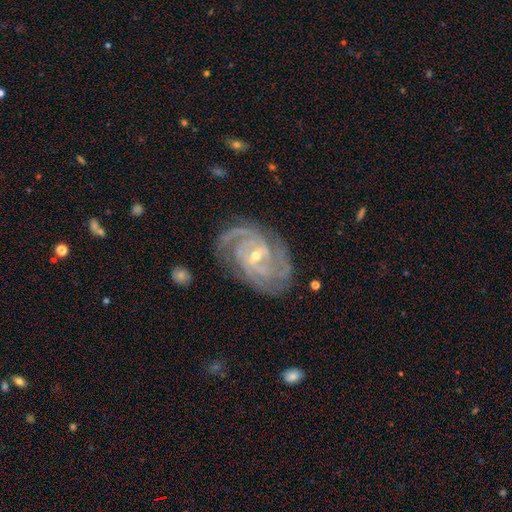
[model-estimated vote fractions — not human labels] Smooth or featured? Predicted: featured or disk (p=0.92). Edge-on disk? Predicted: no (p=0.97). Bar? Predicted: weak (p=0.52). Spiral arms? Predicted: yes (p=0.98). Spiral winding? Predicted: tight (p=0.61). Spiral arm count? Predicted: 3 (p=0.31). Bulge size? Predicted: small (p=0.60). Merging? Predicted: none (p=0.75).